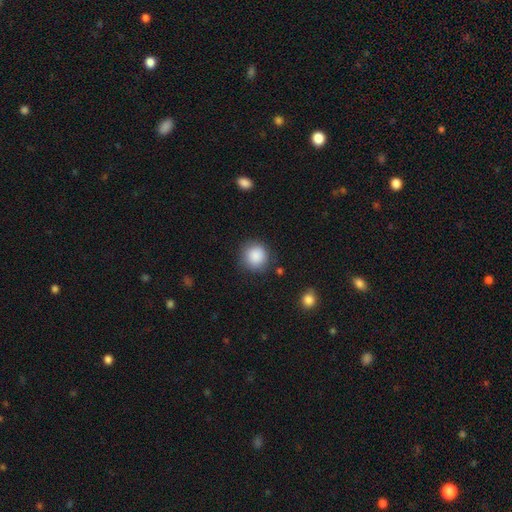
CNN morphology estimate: This is clearly a smooth galaxy (88%). How rounded: clearly round (91%). Merging: clearly none (84%).